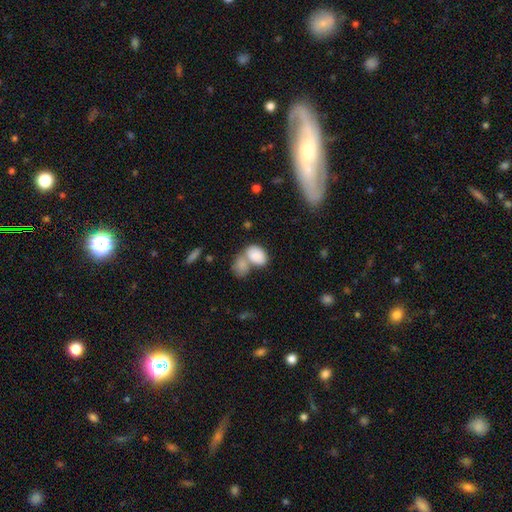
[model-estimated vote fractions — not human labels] Smooth or featured: smooth — 85% (featured or disk — 9%)
How rounded: in between — 86% (round — 13%)
Merging: merger — 58% (none — 28%)